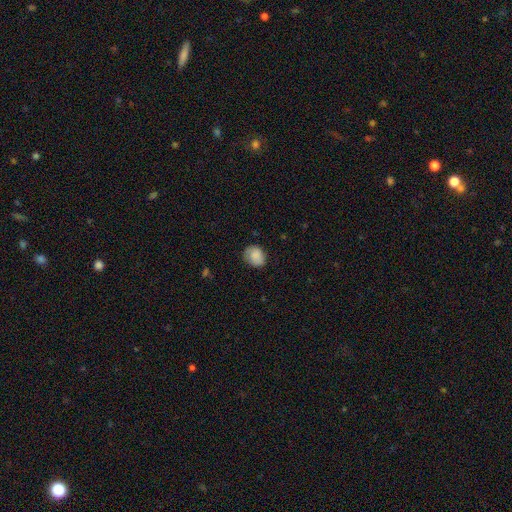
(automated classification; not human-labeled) This appears to be a smooth galaxy with no disk features (85%) that is round (57%). Merging: none (70%).